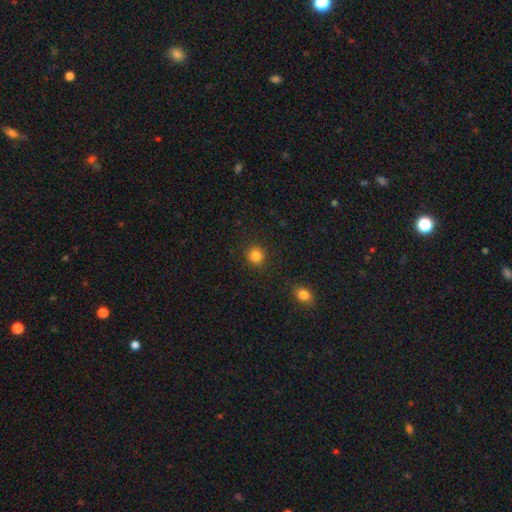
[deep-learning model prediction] smooth_or_featured: smooth (p=0.84) [alt: star or artifact p=0.12]
how_rounded: round (p=0.89) [alt: in between p=0.10]
merging: none (p=0.90) [alt: minor disturbance p=0.06]